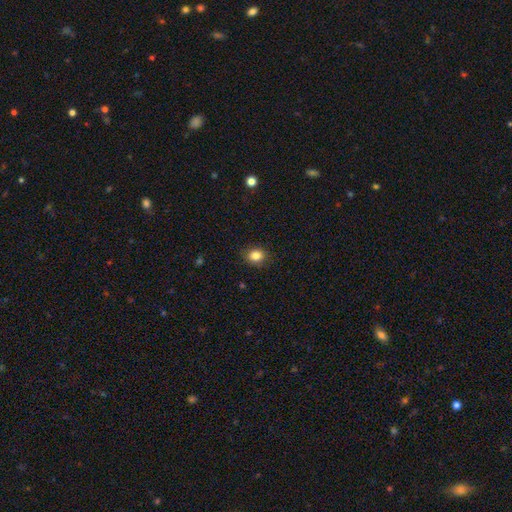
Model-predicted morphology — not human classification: Smooth or featured?
  - smooth: 85% *
  - star or artifact: 10%
  - featured or disk: 5%
How rounded?
  - round: 61% *
  - in between: 38%
  - cigar-shaped: 1%
Merging?
  - none: 87% *
  - minor disturbance: 10%
  - major disturbance: 2%
  - merger: 1%